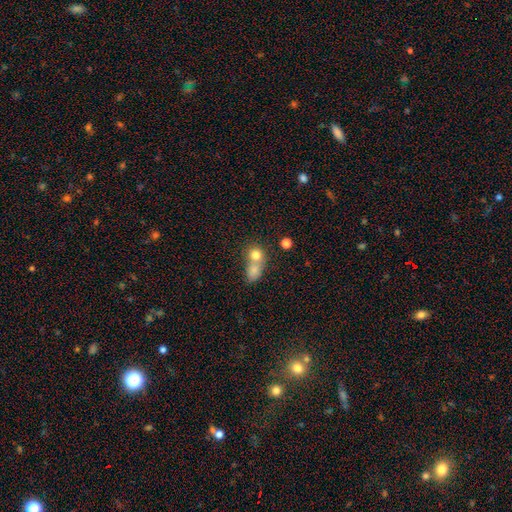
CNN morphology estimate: Smooth or featured? smooth (76%)
How rounded? round (72%)
Merging? merger (60%)